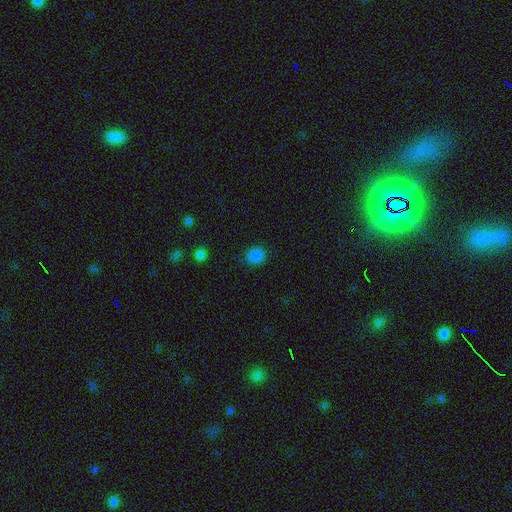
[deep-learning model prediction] Overall: smooth (84%). How rounded: round (80%). Merging: none (87%).